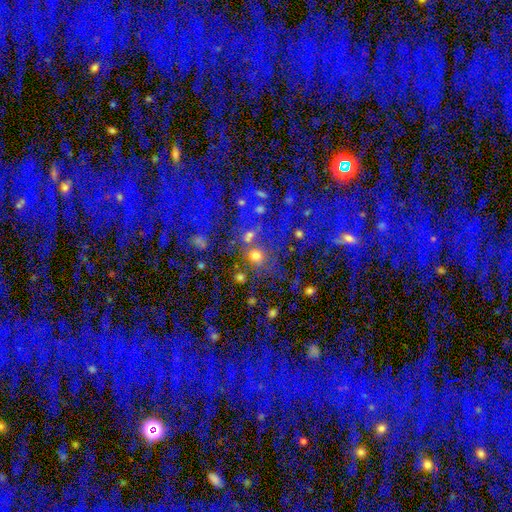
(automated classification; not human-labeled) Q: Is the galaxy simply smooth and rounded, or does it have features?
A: smooth — 60%.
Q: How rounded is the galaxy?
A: round — 75%.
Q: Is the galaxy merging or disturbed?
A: none — 54%.